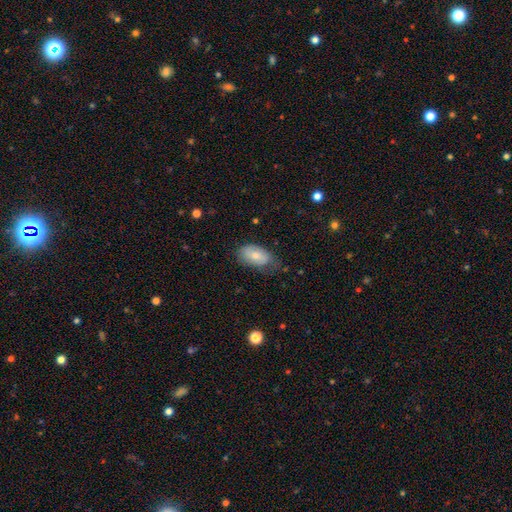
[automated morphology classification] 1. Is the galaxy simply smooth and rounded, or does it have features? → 70% smooth, 23% featured or disk, 7% star or artifact.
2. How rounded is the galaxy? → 93% in between, 5% round, 2% cigar-shaped.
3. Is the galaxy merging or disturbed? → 53% none, 35% minor disturbance, 10% major disturbance, 2% merger.